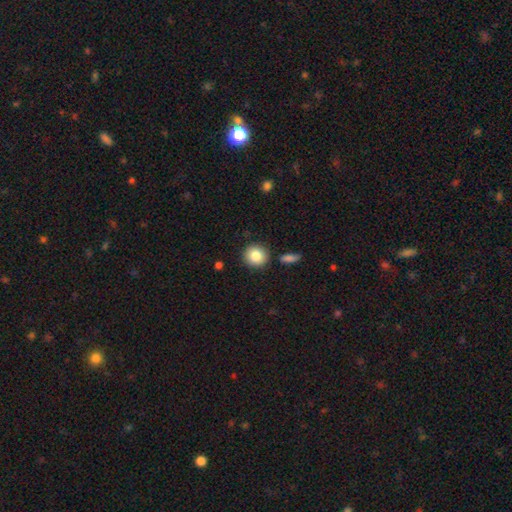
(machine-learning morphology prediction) Smooth or featured?
  - smooth: 84% *
  - star or artifact: 9%
  - featured or disk: 8%
How rounded?
  - round: 89% *
  - in between: 10%
  - cigar-shaped: 1%
Merging?
  - none: 86% *
  - minor disturbance: 8%
  - merger: 4%
  - major disturbance: 2%